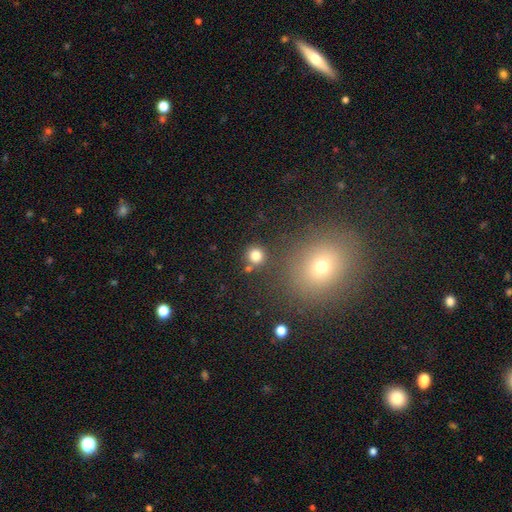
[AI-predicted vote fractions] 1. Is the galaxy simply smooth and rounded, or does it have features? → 80% smooth, 14% star or artifact, 6% featured or disk.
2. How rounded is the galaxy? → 92% round, 7% in between, 1% cigar-shaped.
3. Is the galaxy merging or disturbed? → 79% none, 10% merger, 7% minor disturbance, 3% major disturbance.